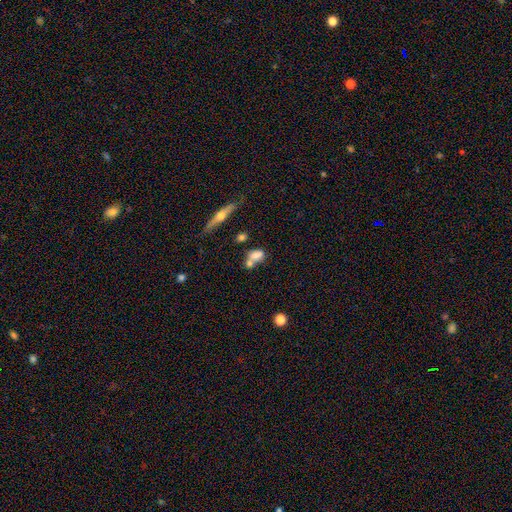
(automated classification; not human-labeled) Smooth or featured: smooth — 68% (featured or disk — 21%)
How rounded: in between — 72% (round — 21%)
Merging: merger — 48% (none — 33%)